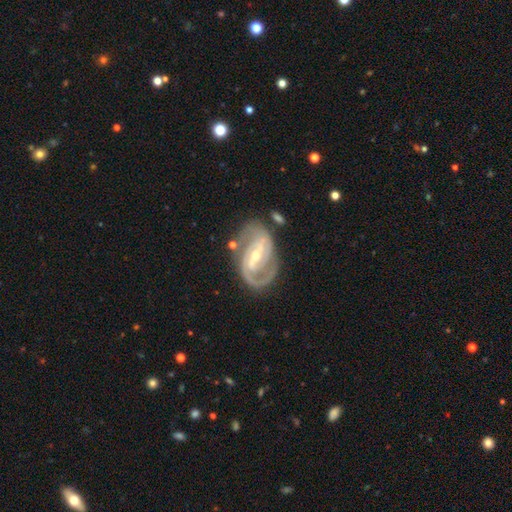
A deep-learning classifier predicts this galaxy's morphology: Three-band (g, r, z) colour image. It shows a featured or disk galaxy (90%) with a strong bar (58%), 2 (82%) tight (45%) spiral arms (96%) and a small central bulge (57%). Merging: none (70%).